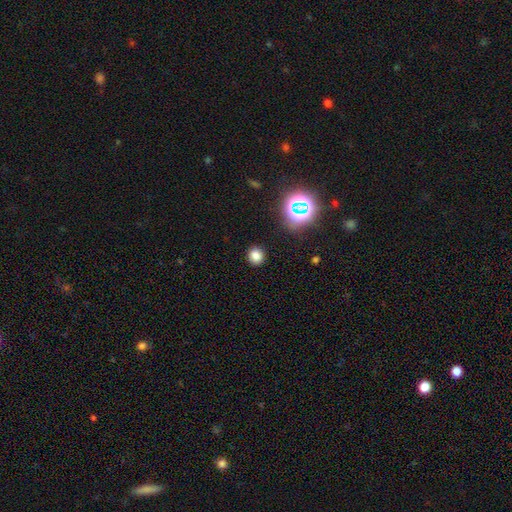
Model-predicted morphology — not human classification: A smooth galaxy with no disk features (77%) that is round (84%).

Vote fractions:
- Smooth or featured? smooth: 77% / star or artifact: 17% / featured or disk: 6%
- How rounded? round: 84% / in between: 16% / cigar-shaped: 1%
- Merging? none: 91% / minor disturbance: 6% / major disturbance: 2% / merger: 1%